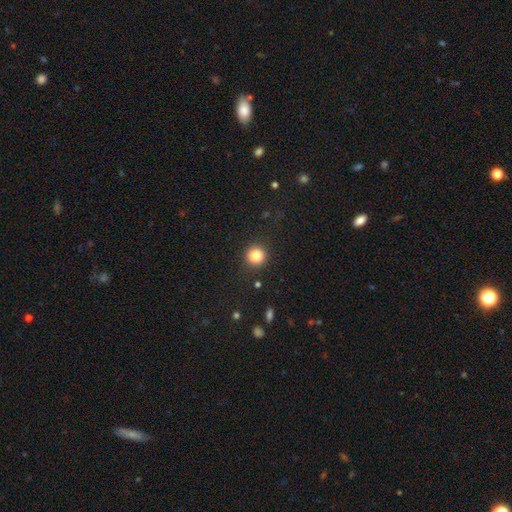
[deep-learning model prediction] Morphology: type=smooth (84%); roundness=round (93%); merging=none (90%).